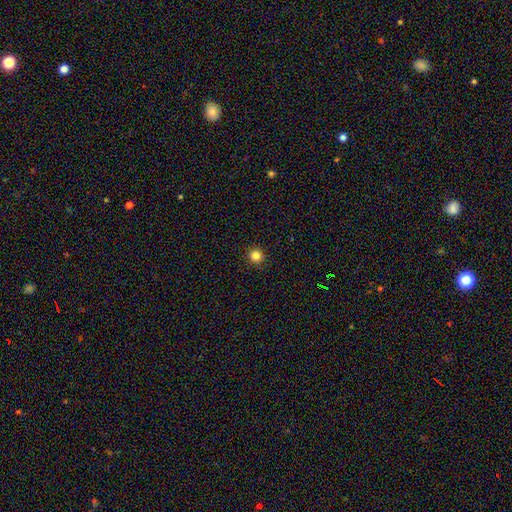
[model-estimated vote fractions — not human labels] Overall: smooth (83%). How rounded: round (96%). Merging: none (93%).